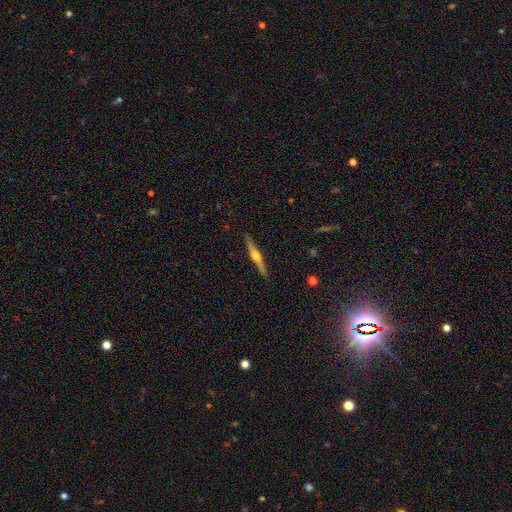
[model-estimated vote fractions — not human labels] Smooth or featured? Predicted: featured or disk (p=0.74). Edge-on disk? Predicted: yes (p=0.98). Edge-on bulge? Predicted: rounded (p=0.88). Merging? Predicted: none (p=0.89).